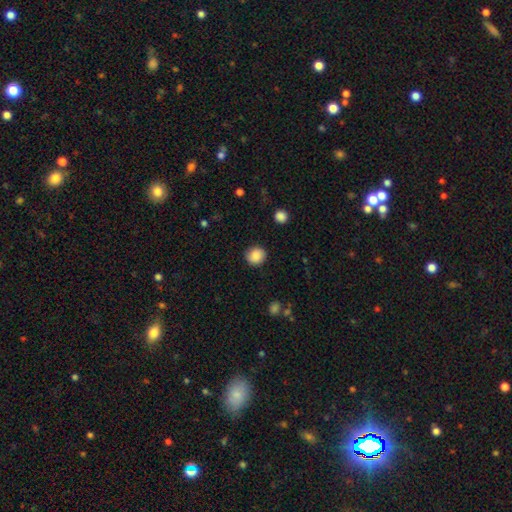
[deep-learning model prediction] Smooth or featured? Predicted: smooth (p=0.87). How rounded? Predicted: round (p=0.90). Merging? Predicted: none (p=0.89).